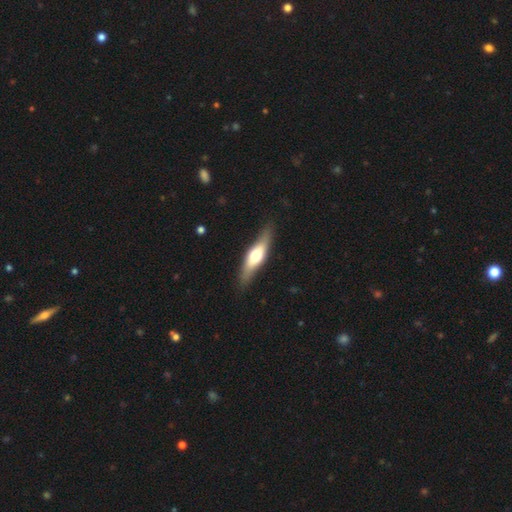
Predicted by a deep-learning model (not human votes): This appears to be a featured or disk galaxy (50%) viewed edge-on (86%). Merging: none (83%).